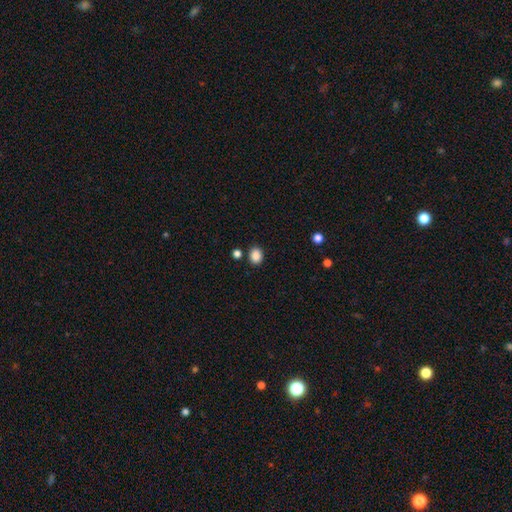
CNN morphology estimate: This appears to be a smooth galaxy with no disk features (87%) that is in between round and cigar-shaped (53%). Merging: none (84%).